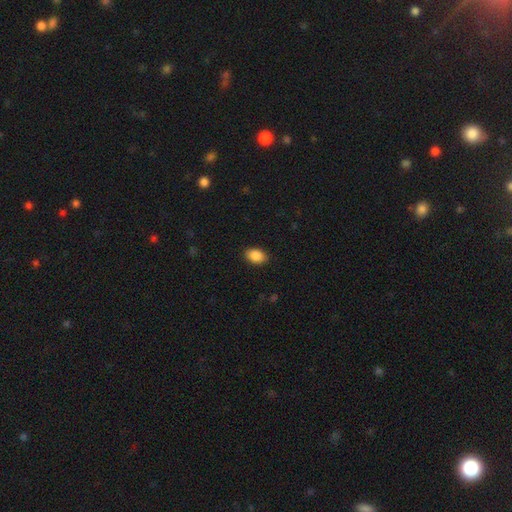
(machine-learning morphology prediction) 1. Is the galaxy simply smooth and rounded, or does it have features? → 89% smooth, 7% star or artifact, 4% featured or disk.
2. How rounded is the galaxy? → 86% in between, 12% round, 1% cigar-shaped.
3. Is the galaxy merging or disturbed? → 88% none, 9% minor disturbance, 2% major disturbance, 1% merger.